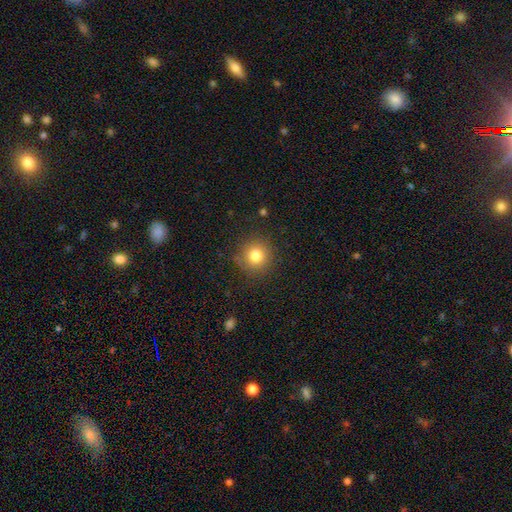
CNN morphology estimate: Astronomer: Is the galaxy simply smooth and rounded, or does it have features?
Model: smooth — 80%.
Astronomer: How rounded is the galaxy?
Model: round — 93%.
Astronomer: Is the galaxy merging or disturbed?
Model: none — 87%.